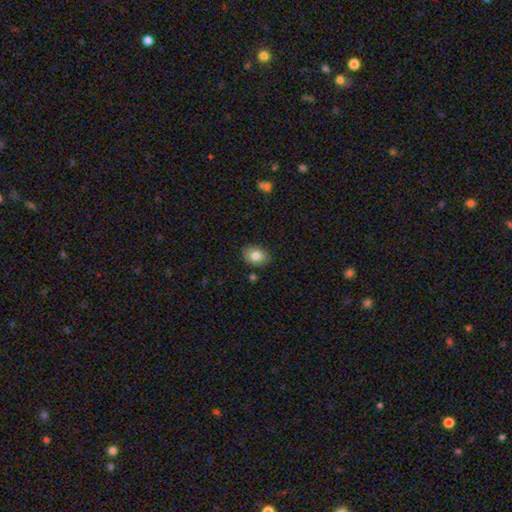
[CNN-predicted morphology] smooth-or-featured: smooth: 81% | featured or disk: 11% | star or artifact: 9%
  how-rounded: in between: 67% | round: 32% | cigar-shaped: 1%
  merging: none: 85% | minor disturbance: 10% | merger: 2% | major disturbance: 2%